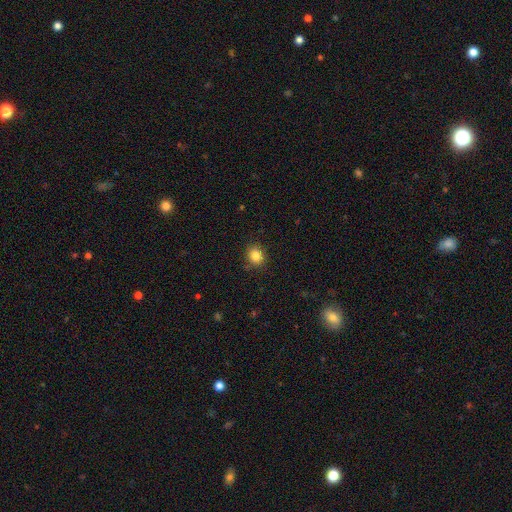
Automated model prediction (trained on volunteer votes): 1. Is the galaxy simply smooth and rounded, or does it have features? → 84% smooth, 11% star or artifact, 5% featured or disk.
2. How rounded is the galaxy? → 72% round, 27% in between, 1% cigar-shaped.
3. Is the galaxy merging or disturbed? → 86% none, 10% minor disturbance, 2% major disturbance, 2% merger.